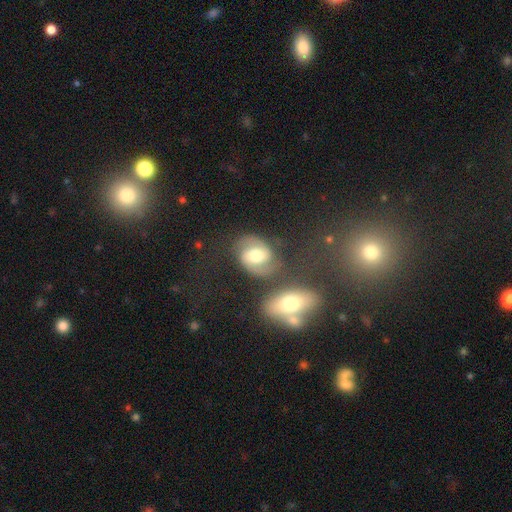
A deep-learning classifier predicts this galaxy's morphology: featured or disk 73%, smooth 19%, star or artifact 8%. Down the decision tree: edge-on disk — no (97%); bar — weak (47%); spiral arms — yes (92%); spiral arm count — 2 (92%); spiral winding — medium (56%); bulge size — moderate (65%); merging — none (69%).